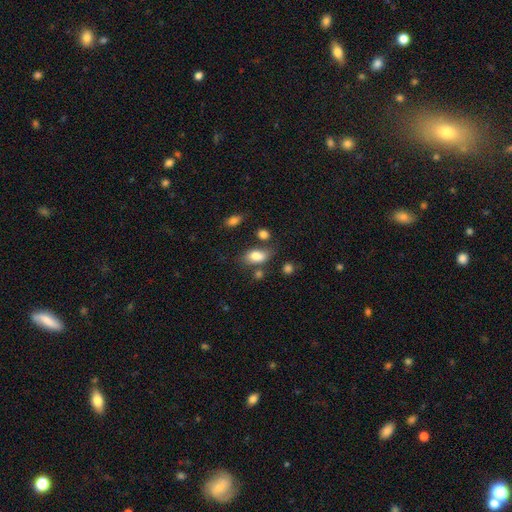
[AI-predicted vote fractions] A smooth galaxy with no disk features (81%) that is in between round and cigar-shaped (88%). Merging: none (65%).